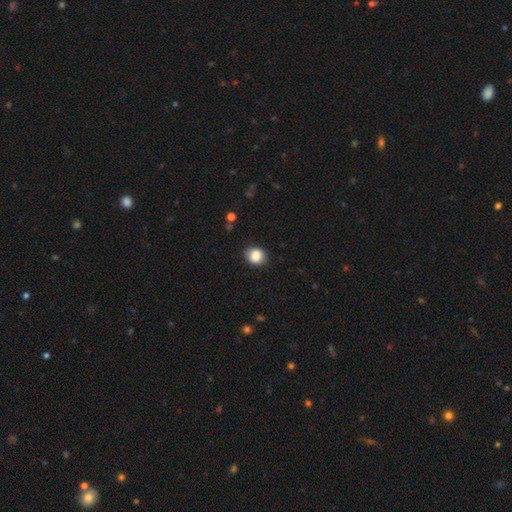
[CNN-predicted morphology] This is clearly a smooth galaxy (86%). How rounded: likely round (64%). Merging: clearly none (84%).